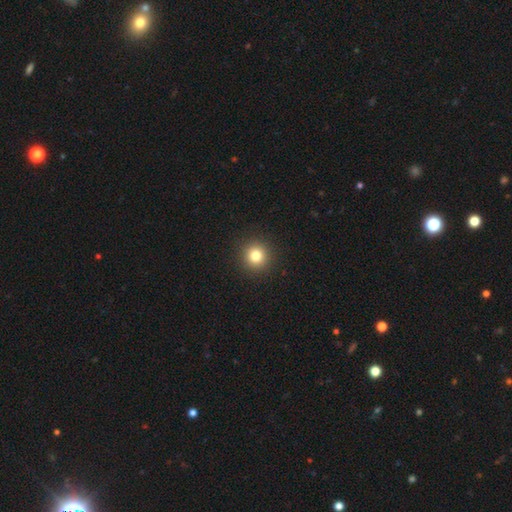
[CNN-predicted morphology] smooth 80%, star or artifact 13%, featured or disk 7%. Down the decision tree: how rounded — round (94%); merging — none (93%).